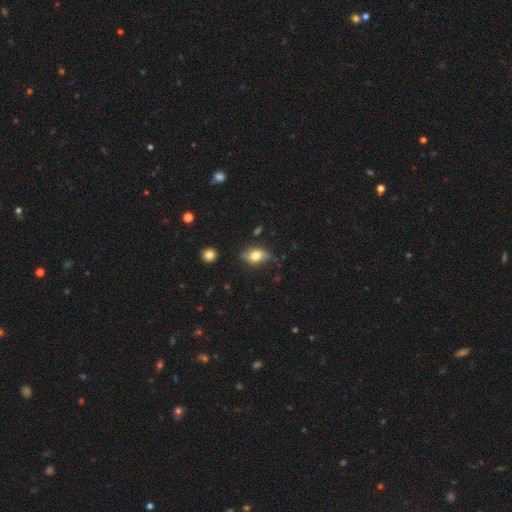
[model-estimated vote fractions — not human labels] This appears to be a smooth galaxy with no disk features (71%) that is in between round and cigar-shaped (84%). Merging: none (71%).